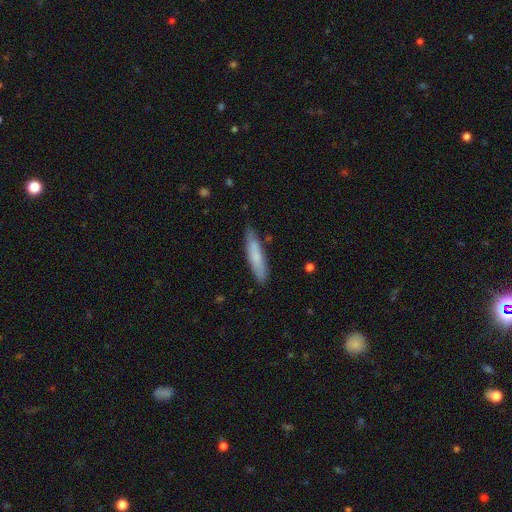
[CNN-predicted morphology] This is likely a smooth galaxy (73%). How rounded: clearly cigar-shaped (85%). Merging: clearly none (82%).